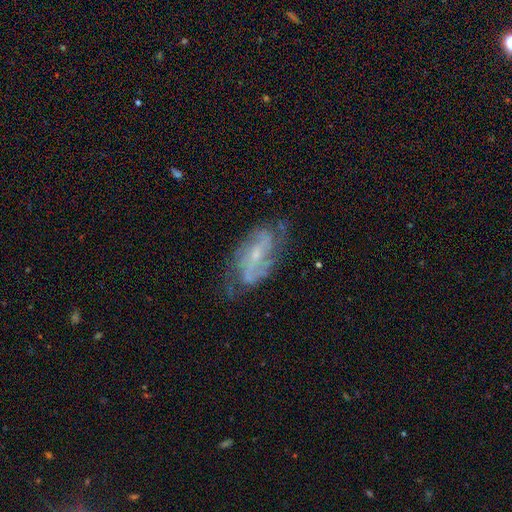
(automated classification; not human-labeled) A featured or disk galaxy (82%) with a weak bar (45%), 2 (60%) medium (46%) spiral arms (93%) and a small central bulge (64%). Merging: none (66%).